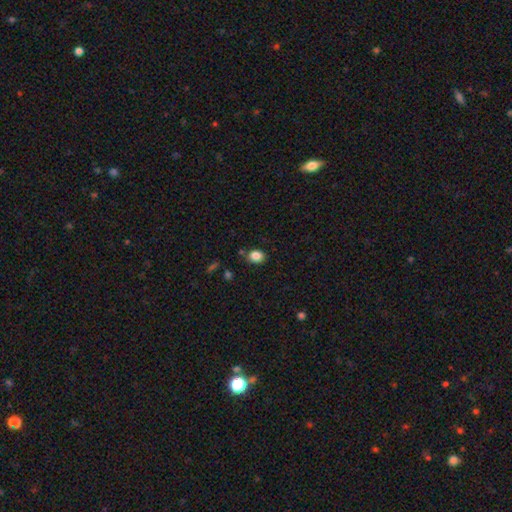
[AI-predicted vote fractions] A smooth galaxy with no disk features (85%) that is in between round and cigar-shaped (56%).

Vote fractions:
- Smooth or featured? smooth: 85% / star or artifact: 10% / featured or disk: 6%
- How rounded? in between: 56% / round: 43% / cigar-shaped: 1%
- Merging? none: 78% / minor disturbance: 13% / merger: 5% / major disturbance: 3%